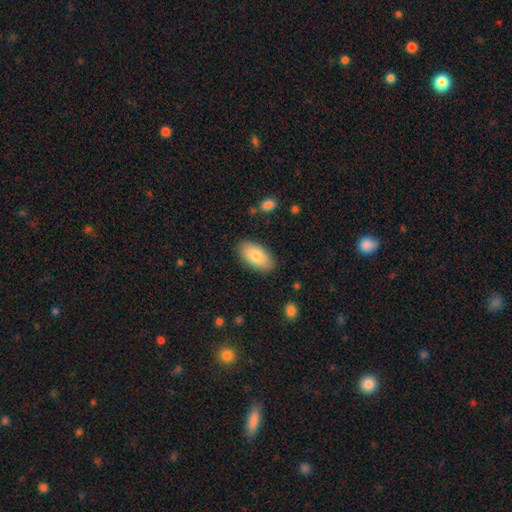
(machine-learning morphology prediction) Smooth or featured: smooth — 81% (featured or disk — 13%)
How rounded: in between — 94% (cigar-shaped — 3%)
Merging: none — 86% (minor disturbance — 10%)